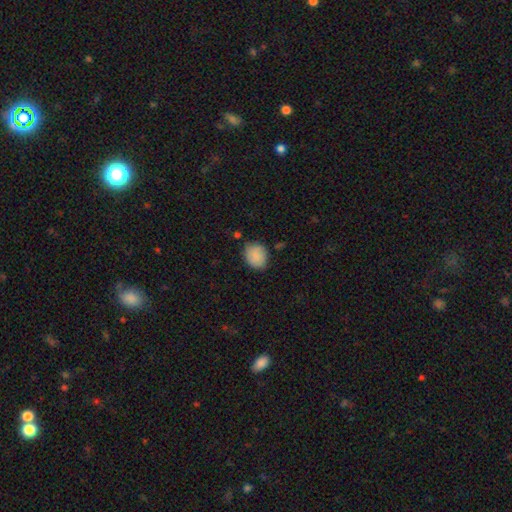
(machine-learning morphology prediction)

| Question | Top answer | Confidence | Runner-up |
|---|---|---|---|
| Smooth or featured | smooth | 87% | star or artifact (7%) |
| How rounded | round | 60% | in between (39%) |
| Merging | none | 77% | minor disturbance (17%) |